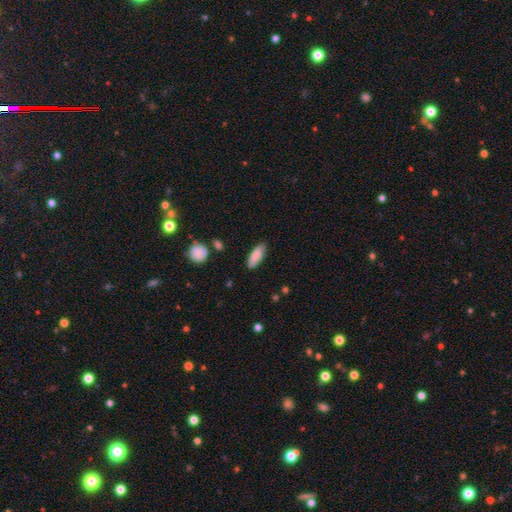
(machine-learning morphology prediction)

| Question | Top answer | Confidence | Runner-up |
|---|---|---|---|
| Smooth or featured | smooth | 84% | featured or disk (10%) |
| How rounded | in between | 68% | cigar-shaped (30%) |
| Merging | none | 80% | minor disturbance (15%) |